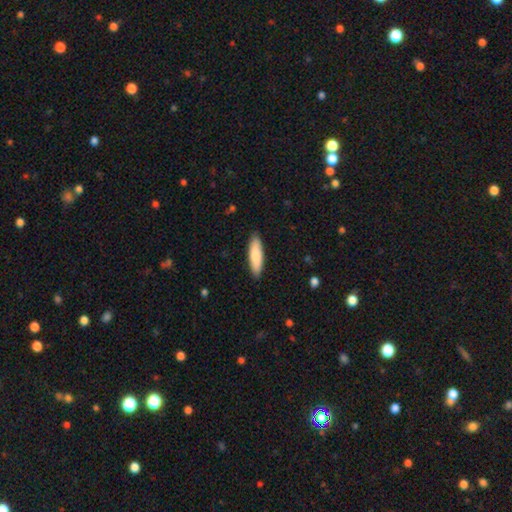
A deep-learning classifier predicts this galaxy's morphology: Smooth or featured? Predicted: smooth (p=0.82). How rounded? Predicted: cigar-shaped (p=0.61). Merging? Predicted: none (p=0.89).